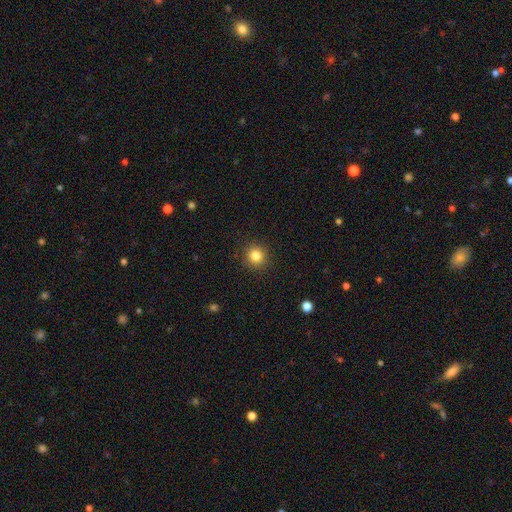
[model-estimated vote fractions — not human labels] This appears to be a smooth galaxy with no disk features (83%) that is round (92%). Merging: none (91%).